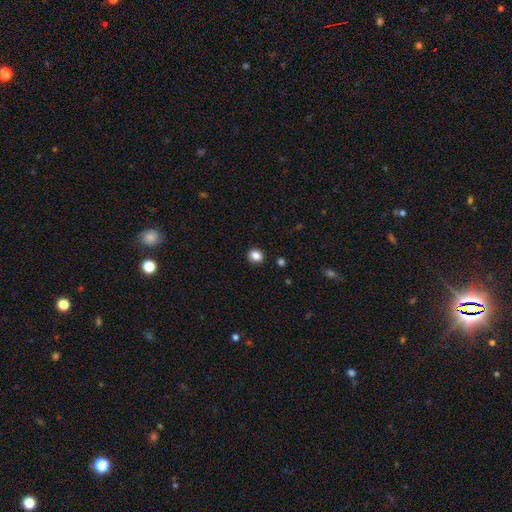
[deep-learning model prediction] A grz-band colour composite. It shows a smooth galaxy with no disk features (85%) that is round (78%). Merging: none (91%).